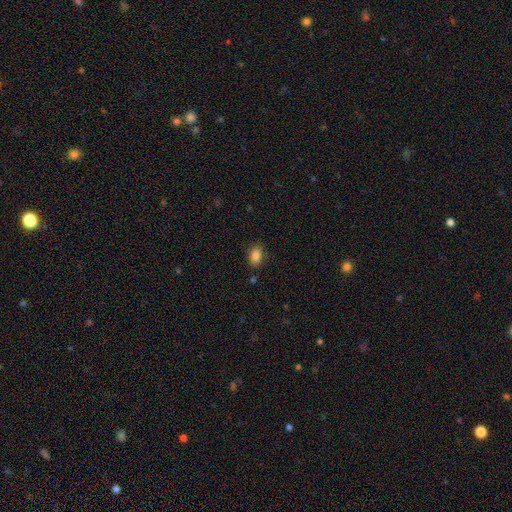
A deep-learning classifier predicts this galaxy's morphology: Q: Smooth or featured?
A: smooth (86%); runner-up: star or artifact (9%)
Q: How rounded?
A: in between (87%); runner-up: round (11%)
Q: Merging?
A: none (85%); runner-up: minor disturbance (11%)